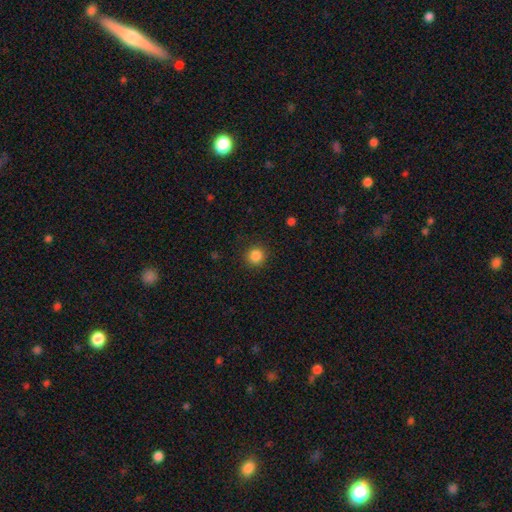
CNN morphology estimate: This is clearly a smooth galaxy (86%). How rounded: clearly round (94%). Merging: clearly none (91%).